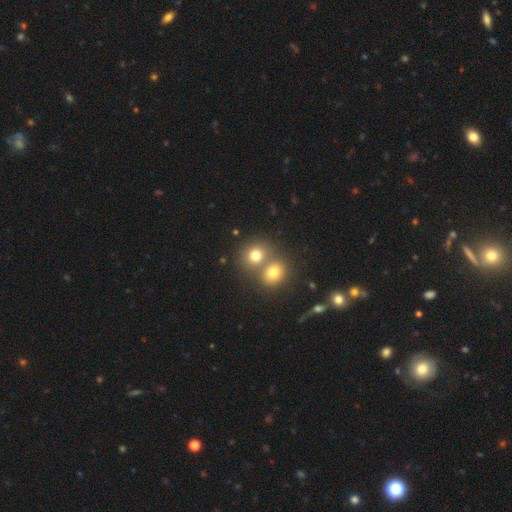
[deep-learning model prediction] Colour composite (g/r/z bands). It shows a smooth galaxy with no disk features (75%) that is round (76%). Merging: merger (48%).